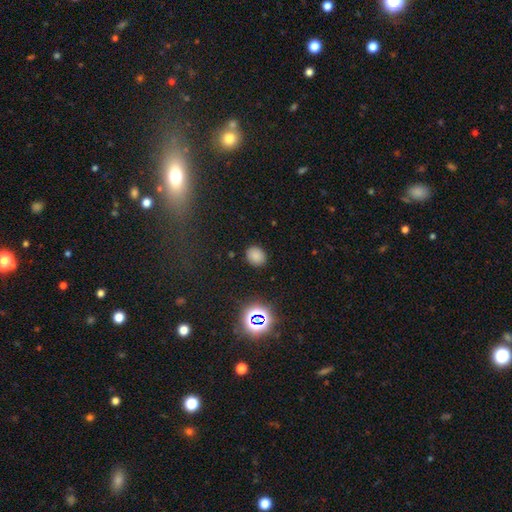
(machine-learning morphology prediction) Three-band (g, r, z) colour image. It shows a smooth galaxy with no disk features (80%) that is round (56%). Merging: none (87%).